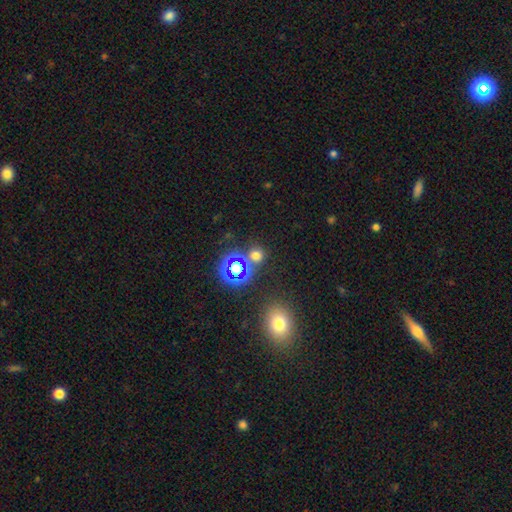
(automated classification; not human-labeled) Smooth or featured? smooth (56%)
How rounded? round (85%)
Merging? none (75%)